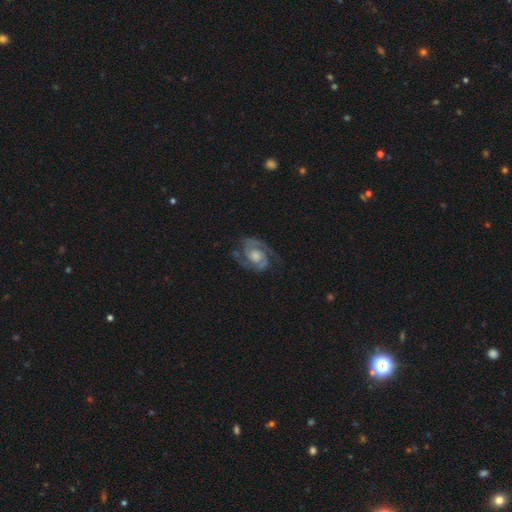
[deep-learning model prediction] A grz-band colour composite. It shows a featured or disk galaxy (90%) with no bar (65%), 2 (89%) medium (49%) spiral arms (98%) and a moderate central bulge (40%). Merging: none (72%).